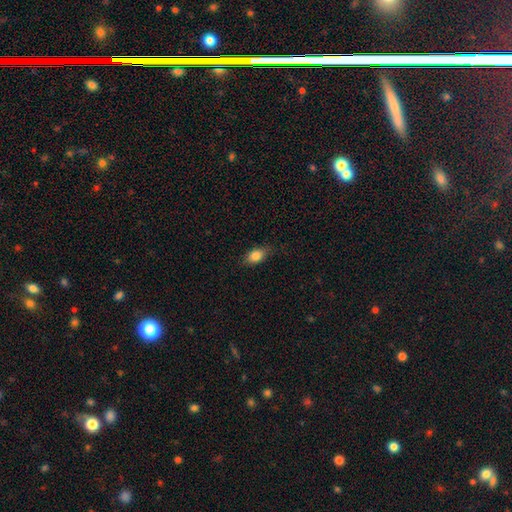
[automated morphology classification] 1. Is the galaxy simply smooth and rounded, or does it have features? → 82% smooth, 10% featured or disk, 8% star or artifact.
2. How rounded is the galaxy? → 81% in between, 14% round, 6% cigar-shaped.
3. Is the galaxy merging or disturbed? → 77% none, 18% minor disturbance, 4% major disturbance, 1% merger.